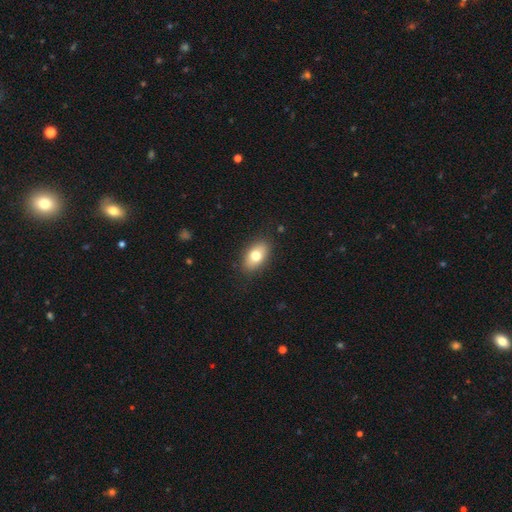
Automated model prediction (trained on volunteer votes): Smooth or featured? smooth (75%)
How rounded? in between (87%)
Merging? none (86%)